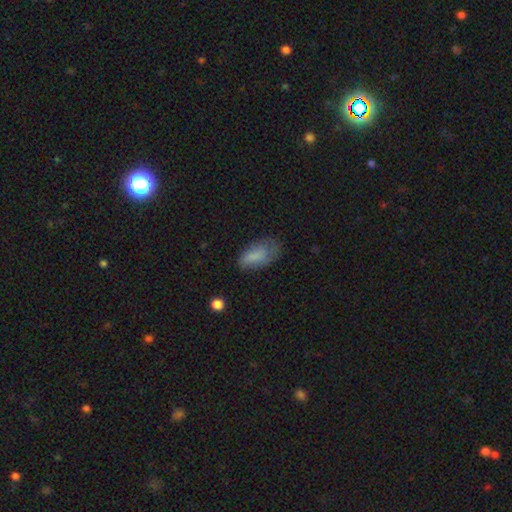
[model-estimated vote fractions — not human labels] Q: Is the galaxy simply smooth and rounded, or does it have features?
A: smooth — 79%.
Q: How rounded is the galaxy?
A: in between — 91%.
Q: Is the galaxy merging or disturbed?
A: none — 47%.